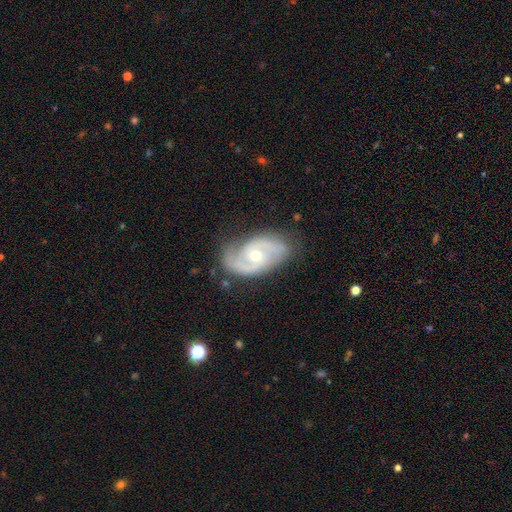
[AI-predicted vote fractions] smooth_or_featured: featured or disk (p=0.87) [alt: smooth p=0.08]
disk_edge_on: no (p=0.96) [alt: yes p=0.04]
bar: no (p=0.65) [alt: weak p=0.29]
has_spiral_arms: yes (p=0.96) [alt: no p=0.04]
spiral_winding: medium (p=0.47) [alt: tight p=0.38]
spiral_arm_count: 2 (p=0.79) [alt: can't tell p=0.08]
bulge_size: moderate (p=0.54) [alt: small p=0.43]
merging: none (p=0.72) [alt: minor disturbance p=0.20]